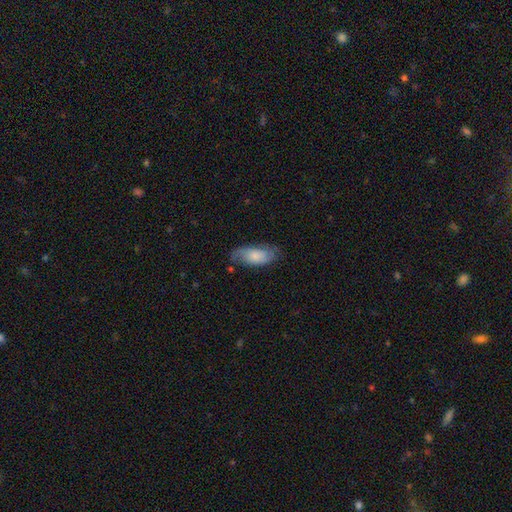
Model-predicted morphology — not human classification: This appears to be a smooth galaxy with no disk features (64%) that is in between round and cigar-shaped (89%). Merging: none (58%).